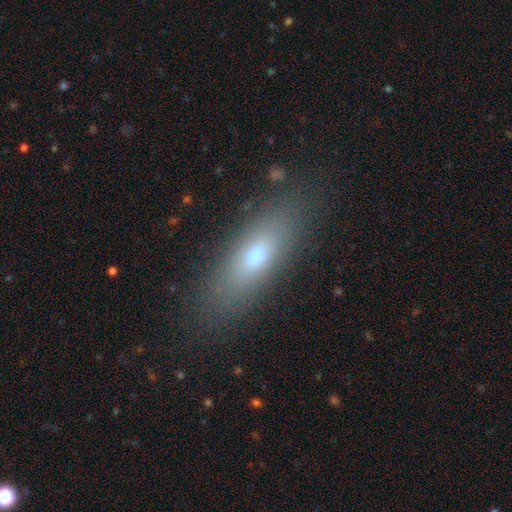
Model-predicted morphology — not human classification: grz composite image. It shows a smooth galaxy with no disk features (69%) that is in between round and cigar-shaped (62%). Merging: none (81%).